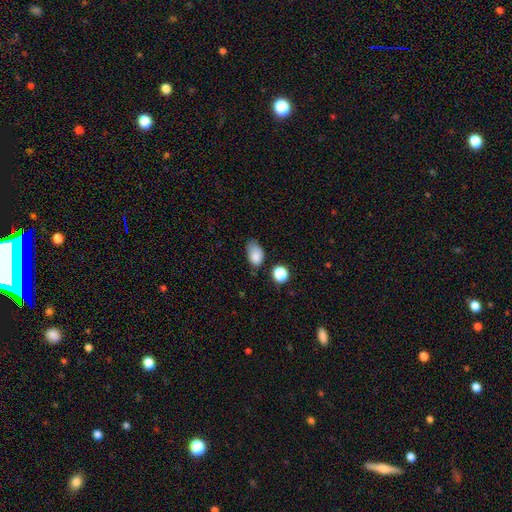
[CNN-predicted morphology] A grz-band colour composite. It shows a smooth galaxy with no disk features (83%) that is in between round and cigar-shaped (87%). Merging: none (49%).